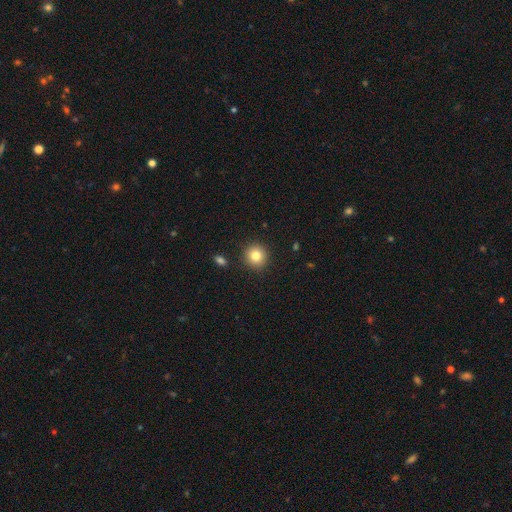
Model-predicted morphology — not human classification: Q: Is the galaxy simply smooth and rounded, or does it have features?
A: smooth — 82%.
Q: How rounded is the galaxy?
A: round — 93%.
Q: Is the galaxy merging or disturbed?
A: none — 90%.